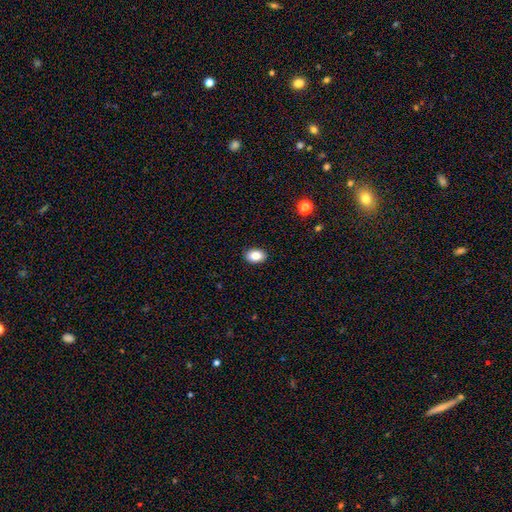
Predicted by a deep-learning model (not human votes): A smooth galaxy with no disk features (86%) that is in between round and cigar-shaped (85%).

Vote fractions:
- Smooth or featured? smooth: 86% / star or artifact: 8% / featured or disk: 6%
- How rounded? in between: 85% / round: 14% / cigar-shaped: 1%
- Merging? none: 90% / minor disturbance: 7% / major disturbance: 2% / merger: 1%